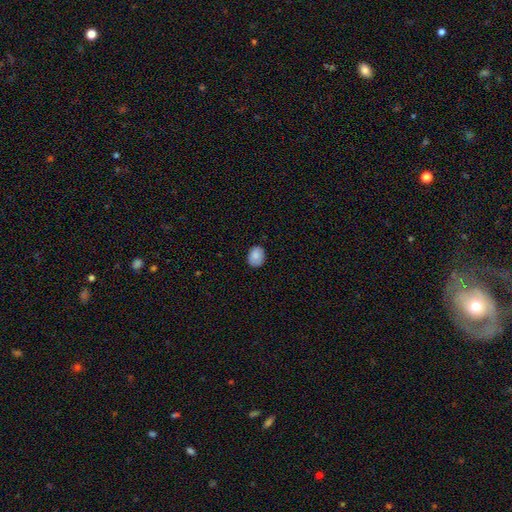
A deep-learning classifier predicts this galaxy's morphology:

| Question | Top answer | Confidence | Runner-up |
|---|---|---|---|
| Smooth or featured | smooth | 86% | star or artifact (8%) |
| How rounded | in between | 60% | round (39%) |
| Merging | none | 83% | minor disturbance (13%) |